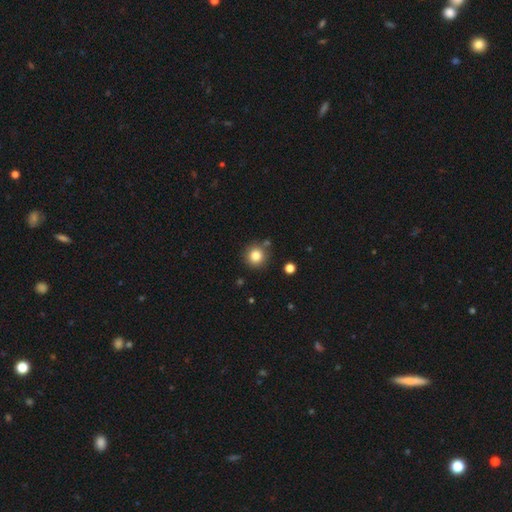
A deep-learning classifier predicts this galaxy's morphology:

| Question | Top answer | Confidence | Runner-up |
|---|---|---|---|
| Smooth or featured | smooth | 82% | star or artifact (12%) |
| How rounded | round | 94% | in between (5%) |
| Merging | none | 82% | minor disturbance (9%) |